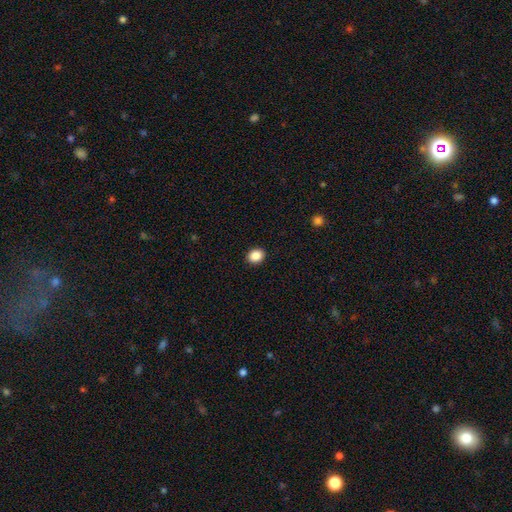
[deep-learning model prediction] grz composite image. It shows a smooth galaxy with no disk features (88%) that is round (54%). Merging: none (91%).